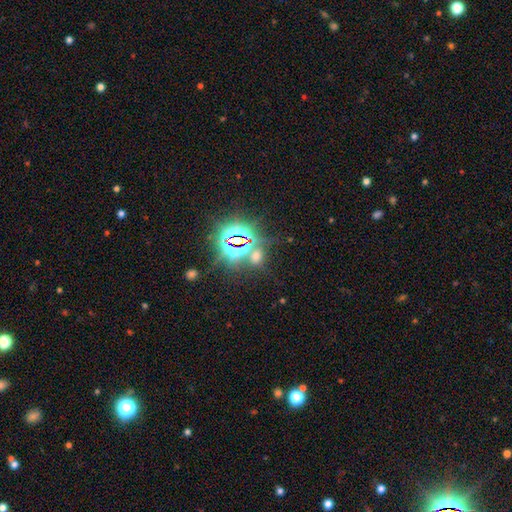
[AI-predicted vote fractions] Smooth or featured?
  - star or artifact: 64% *
  - smooth: 29%
  - featured or disk: 7%